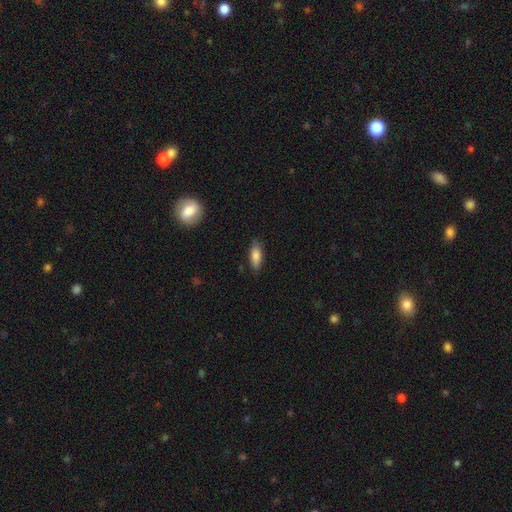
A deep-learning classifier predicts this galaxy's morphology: smooth 83%, featured or disk 10%, star or artifact 7%. Down the decision tree: how rounded — in between (72%); merging — none (83%).